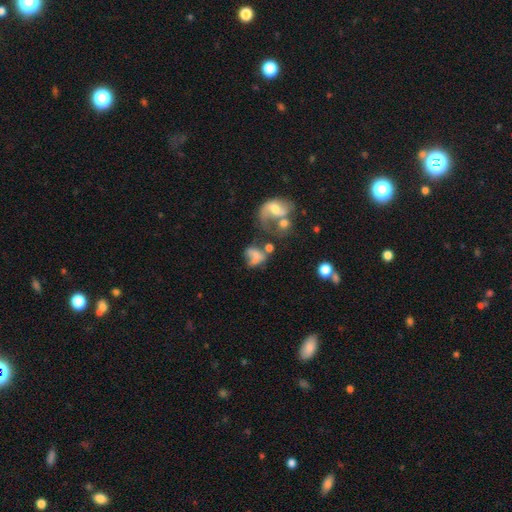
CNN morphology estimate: A smooth galaxy with no disk features (44%).

Vote fractions:
- Smooth or featured? smooth: 44% / featured or disk: 43% / star or artifact: 13%
- Merging? merger: 36% / major disturbance: 30% / none: 20% / minor disturbance: 14%